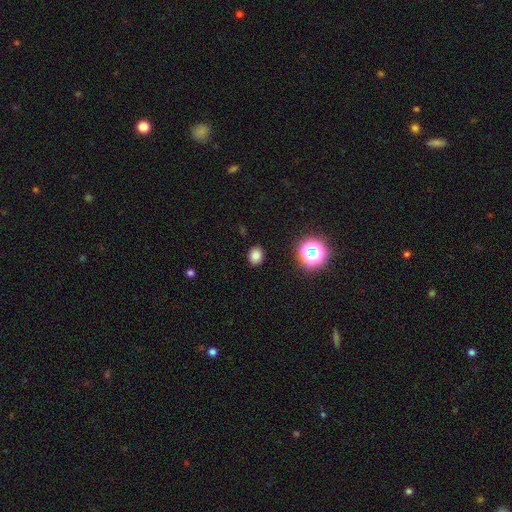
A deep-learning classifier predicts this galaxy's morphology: This appears to be a smooth galaxy with no disk features (80%) that is round (56%). Merging: none (88%).